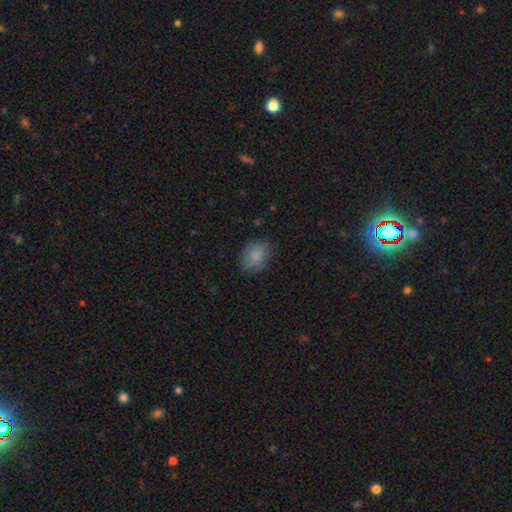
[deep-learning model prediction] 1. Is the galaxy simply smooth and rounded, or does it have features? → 83% smooth, 9% star or artifact, 8% featured or disk.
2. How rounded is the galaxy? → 60% in between, 39% round, 1% cigar-shaped.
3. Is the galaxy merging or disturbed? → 77% none, 17% minor disturbance, 5% major disturbance, 1% merger.